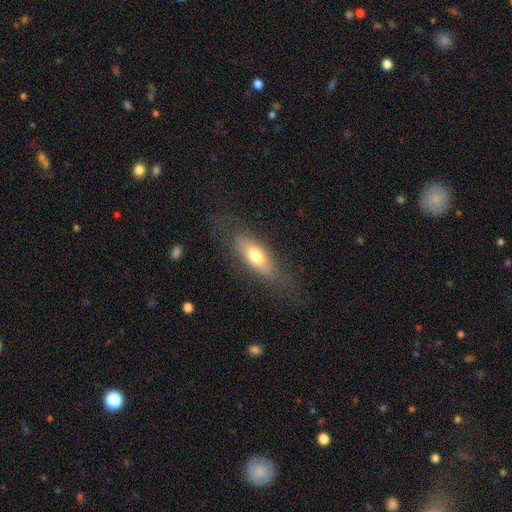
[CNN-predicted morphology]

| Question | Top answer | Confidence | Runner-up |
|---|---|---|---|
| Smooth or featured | smooth | 67% | featured or disk (27%) |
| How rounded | in between | 72% | cigar-shaped (25%) |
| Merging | none | 74% | minor disturbance (17%) |